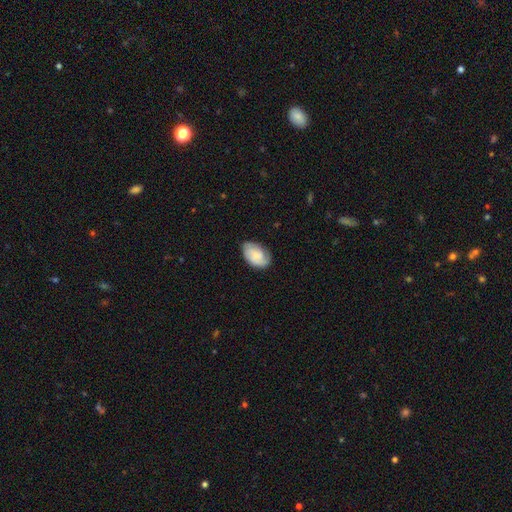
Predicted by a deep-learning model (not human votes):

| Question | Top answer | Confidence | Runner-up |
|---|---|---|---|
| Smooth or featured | smooth | 55% | featured or disk (38%) |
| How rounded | in between | 89% | round (10%) |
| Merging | none | 71% | minor disturbance (23%) |